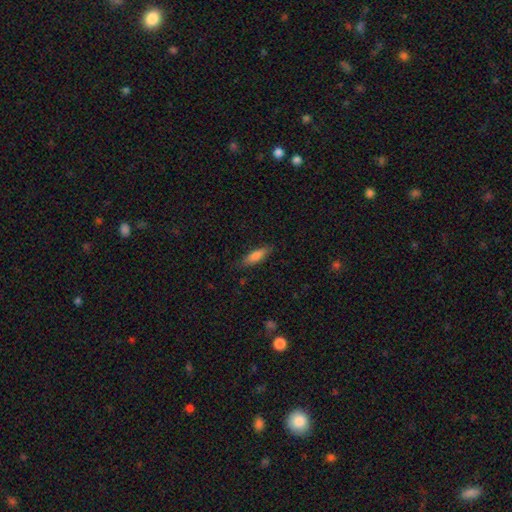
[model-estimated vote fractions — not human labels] A smooth galaxy with no disk features (76%) that is cigar-shaped (59%).

Vote fractions:
- Smooth or featured? smooth: 76% / featured or disk: 17% / star or artifact: 7%
- How rounded? cigar-shaped: 59% / in between: 39% / round: 2%
- Merging? none: 83% / minor disturbance: 13% / major disturbance: 3% / merger: 1%